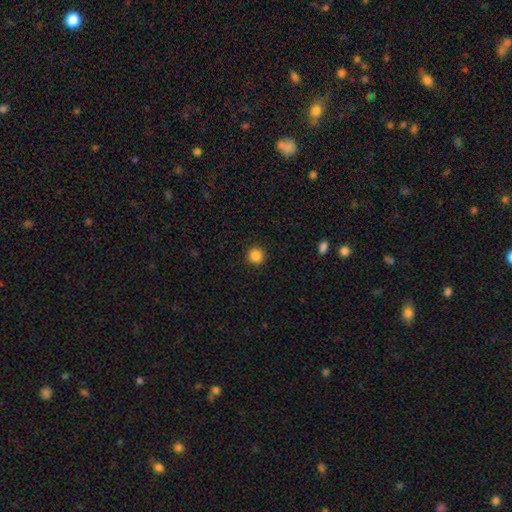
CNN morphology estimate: Smooth or featured? smooth (86%)
How rounded? round (94%)
Merging? none (92%)